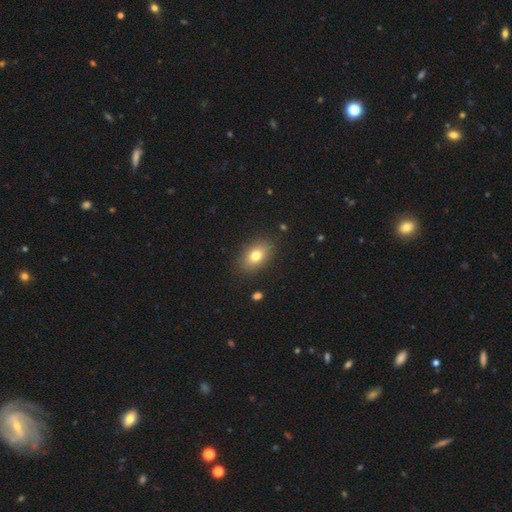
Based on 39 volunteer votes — Overall: smooth (85%). How rounded: in between (88%). Merging: none (84%).